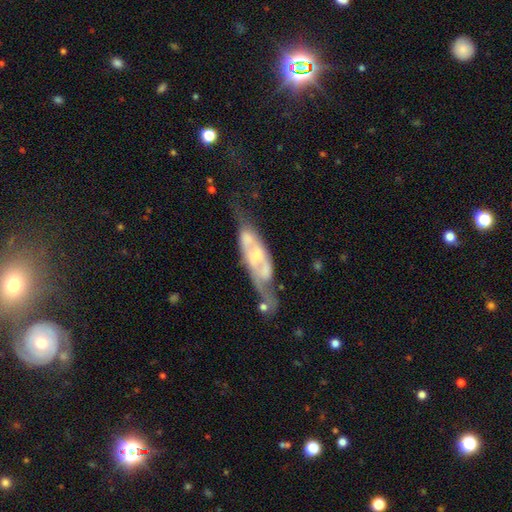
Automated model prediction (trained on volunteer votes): Smooth or featured?
  - featured or disk: 72% *
  - smooth: 21%
  - star or artifact: 6%
Edge-on disk?
  - no: 72% *
  - yes: 28%
Bar?
  - no: 61% *
  - weak: 27%
  - strong: 11%
Spiral arms?
  - yes: 59% *
  - no: 41%
Bulge size?
  - moderate: 37% *
  - small: 28%
  - none: 17%
  - large: 16%
  - dominant: 2%
Merging?
  - none: 35% *
  - major disturbance: 26%
  - minor disturbance: 24%
  - merger: 15%